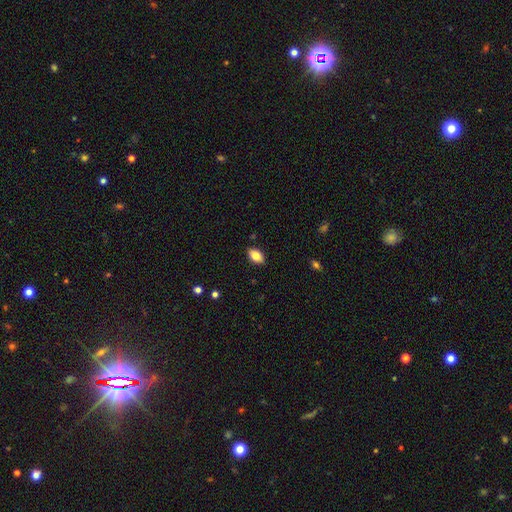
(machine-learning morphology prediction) smooth 83%, featured or disk 9%, star or artifact 8%. Down the decision tree: how rounded — in between (90%); merging — none (87%).